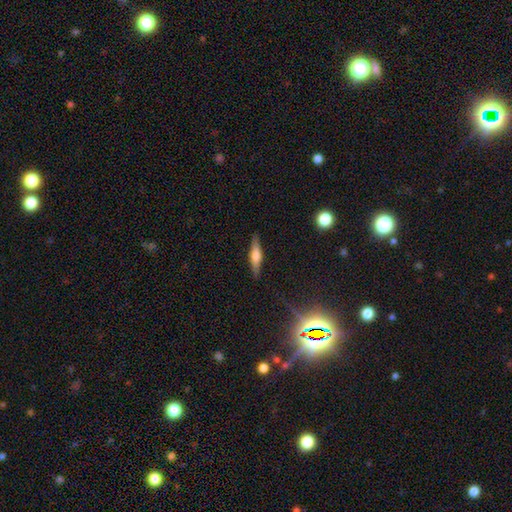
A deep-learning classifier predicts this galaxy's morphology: type=featured or disk (49%); merging=none (88%).